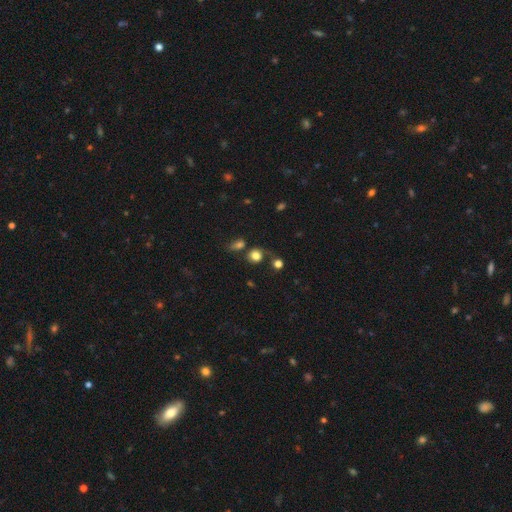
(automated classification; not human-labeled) The model was most divided on "merging": none: 58%, merger: 16%, minor disturbance: 15%, major disturbance: 10%. More confident: how rounded — round (82%); smooth or featured — smooth (78%).